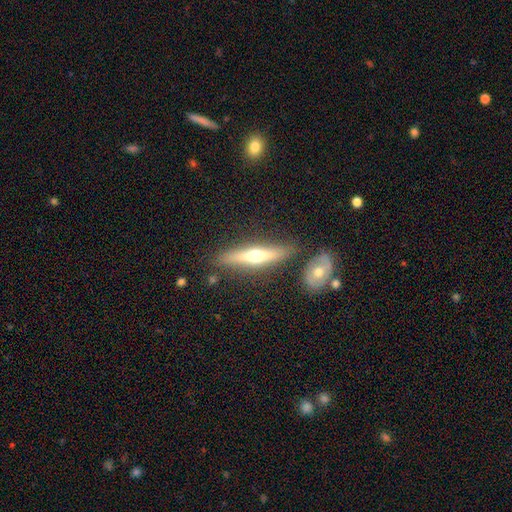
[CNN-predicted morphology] This is possibly a featured or disk galaxy (55%). It is clearly viewed edge-on (92%). Edge-on bulge: clearly rounded (90%). Merging: clearly none (81%).